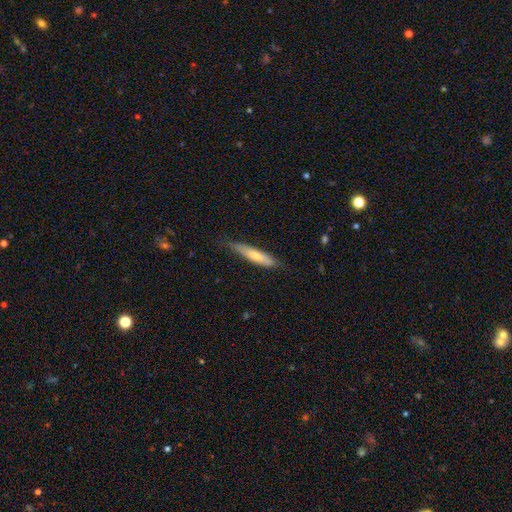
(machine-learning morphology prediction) A smooth galaxy with no disk features (52%) that is cigar-shaped (90%).

Vote fractions:
- Smooth or featured? smooth: 52% / featured or disk: 41% / star or artifact: 6%
- How rounded? cigar-shaped: 90% / in between: 9% / round: 1%
- Merging? none: 80% / minor disturbance: 16% / major disturbance: 2% / merger: 1%